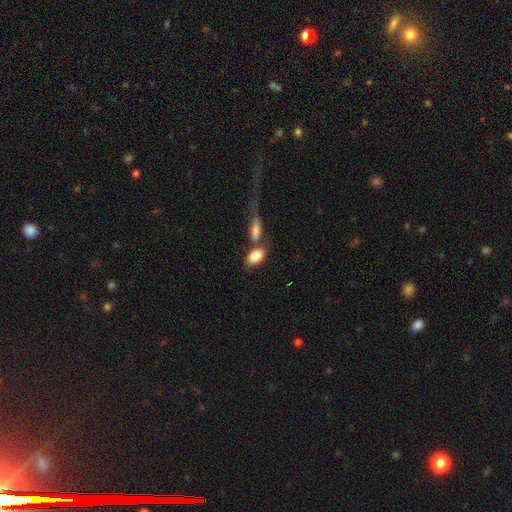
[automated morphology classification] smooth-or-featured: smooth: 83% | featured or disk: 11% | star or artifact: 7%
  how-rounded: in between: 90% | round: 7% | cigar-shaped: 4%
  merging: merger: 48% | none: 31% | minor disturbance: 11% | major disturbance: 9%